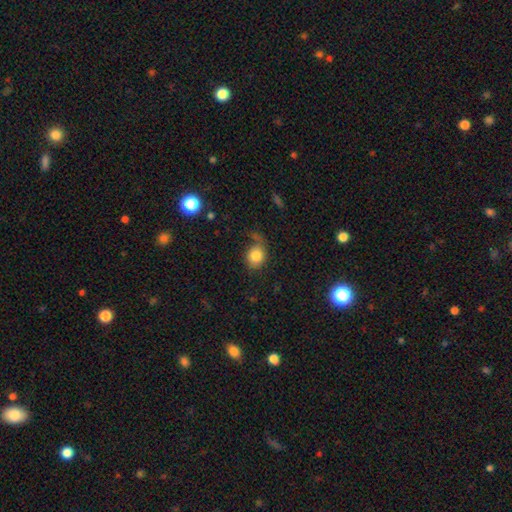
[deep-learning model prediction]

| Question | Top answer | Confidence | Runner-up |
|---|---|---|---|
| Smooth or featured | smooth | 82% | star or artifact (10%) |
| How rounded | round | 68% | in between (31%) |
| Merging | none | 57% | minor disturbance (24%) |